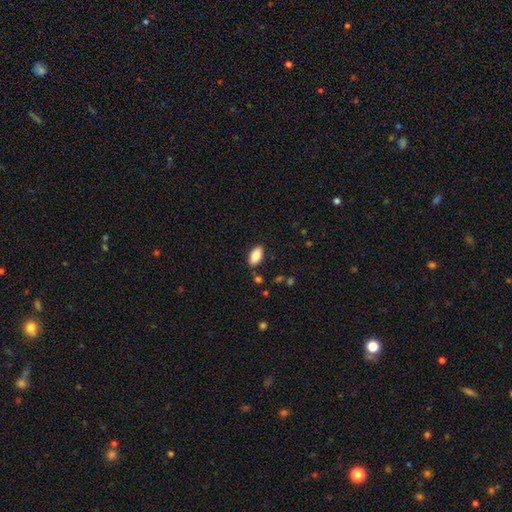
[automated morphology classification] Smooth or featured? smooth (83%)
How rounded? in between (92%)
Merging? none (86%)